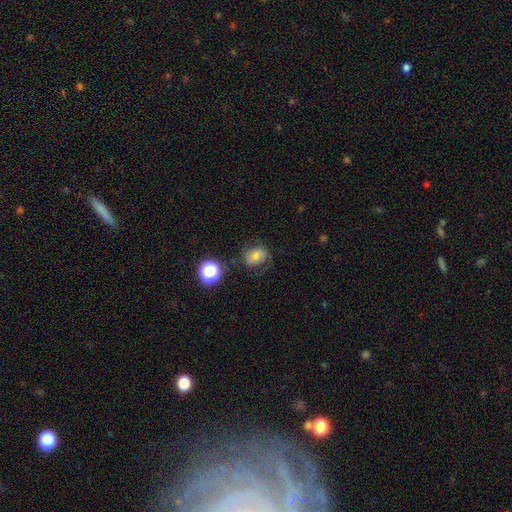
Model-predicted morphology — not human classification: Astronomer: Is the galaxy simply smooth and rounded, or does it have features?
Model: smooth — 58%.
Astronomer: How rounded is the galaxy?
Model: round — 50% (runner-up: in between, 49%).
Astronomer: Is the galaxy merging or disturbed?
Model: none — 64%.